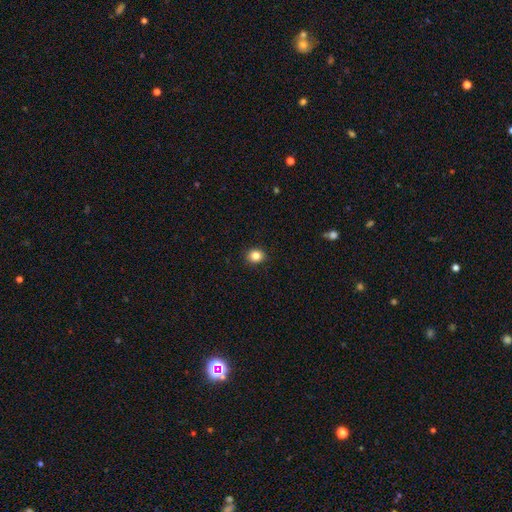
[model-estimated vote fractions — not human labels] Smooth or featured? Predicted: smooth (p=0.84). How rounded? Predicted: round (p=0.72). Merging? Predicted: none (p=0.91).